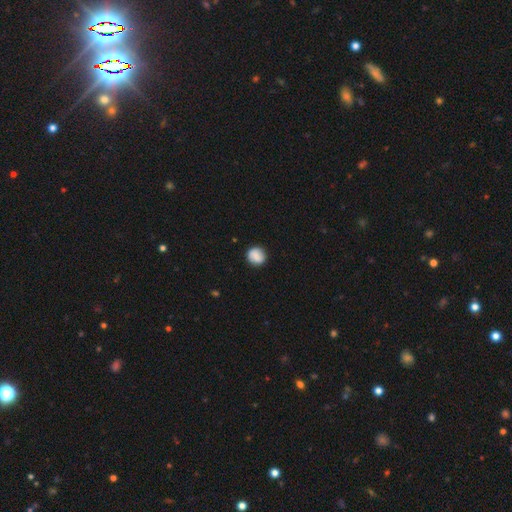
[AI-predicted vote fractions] Overall: smooth (77%). How rounded: round (88%). Merging: none (85%).